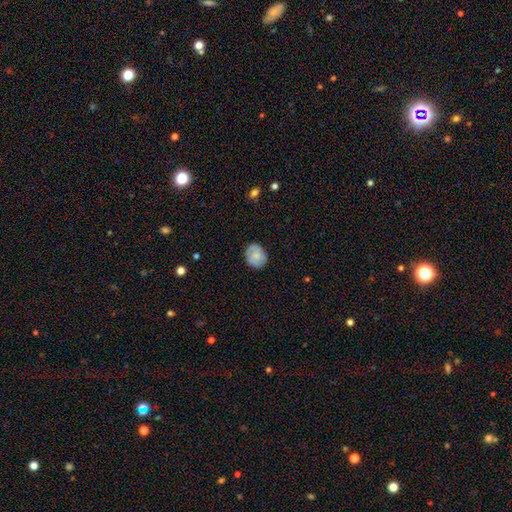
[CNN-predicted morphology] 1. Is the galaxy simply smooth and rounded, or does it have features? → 67% smooth, 25% featured or disk, 8% star or artifact.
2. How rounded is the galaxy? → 51% round, 48% in between, 1% cigar-shaped.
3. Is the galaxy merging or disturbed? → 80% none, 15% minor disturbance, 3% major disturbance, 1% merger.